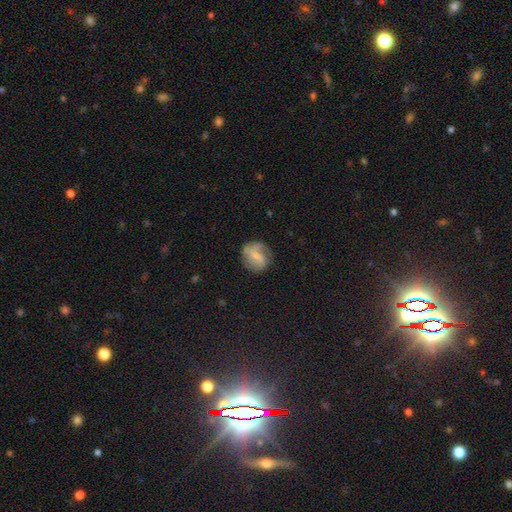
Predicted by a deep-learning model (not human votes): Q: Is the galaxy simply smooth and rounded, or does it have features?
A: featured or disk — 59%.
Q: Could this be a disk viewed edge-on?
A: no — 97%.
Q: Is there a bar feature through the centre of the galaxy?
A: weak — 51%.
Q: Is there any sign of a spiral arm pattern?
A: yes — 85%.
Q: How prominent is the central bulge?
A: small — 47%.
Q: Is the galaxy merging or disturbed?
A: none — 66%.